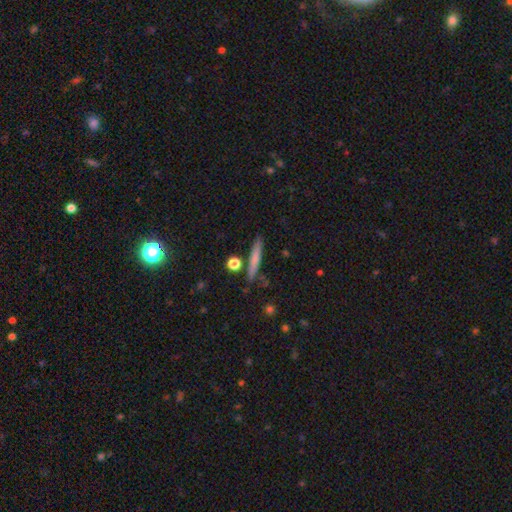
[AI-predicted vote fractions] Smooth or featured? Predicted: smooth (p=0.56). How rounded? Predicted: cigar-shaped (p=0.91). Merging? Predicted: none (p=0.87).